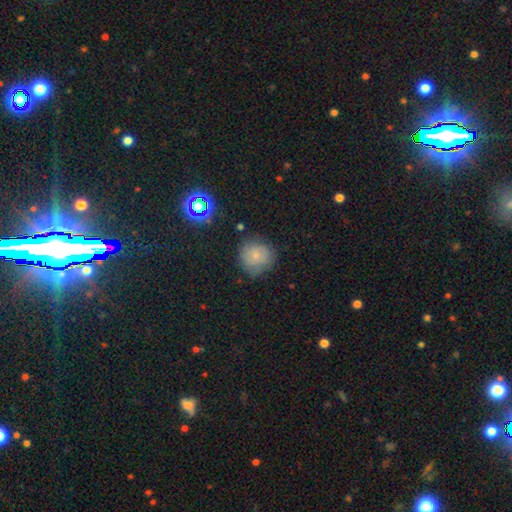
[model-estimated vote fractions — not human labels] Overall: smooth (72%). How rounded: round (88%). Merging: none (70%).